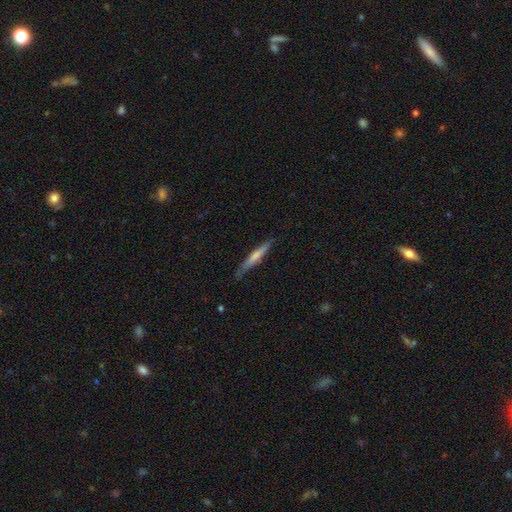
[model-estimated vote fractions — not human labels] smooth 61%, featured or disk 34%, star or artifact 5%. Down the decision tree: how rounded — cigar-shaped (94%); merging — none (78%).